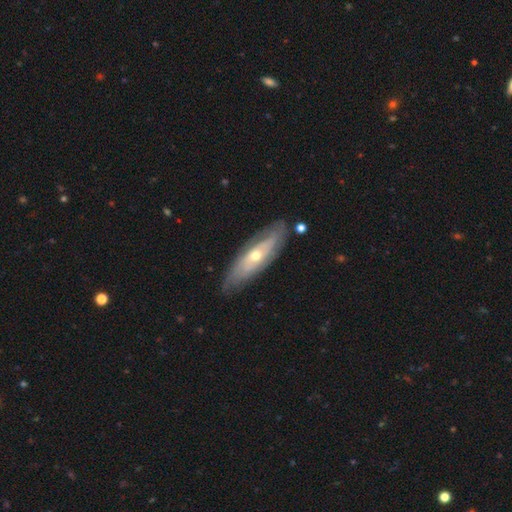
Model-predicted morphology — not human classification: Q: Smooth or featured?
A: featured or disk (69%); runner-up: smooth (25%)
Q: Edge-on disk?
A: no (69%); runner-up: yes (31%)
Q: Merging?
A: none (76%); runner-up: minor disturbance (17%)